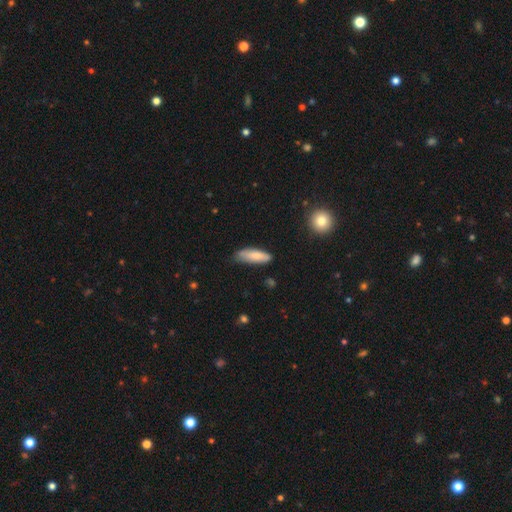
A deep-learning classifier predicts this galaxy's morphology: Smooth or featured?
  - smooth: 81% *
  - featured or disk: 13%
  - star or artifact: 6%
How rounded?
  - cigar-shaped: 50% *
  - in between: 48%
  - round: 2%
Merging?
  - none: 71% *
  - minor disturbance: 24%
  - major disturbance: 4%
  - merger: 2%